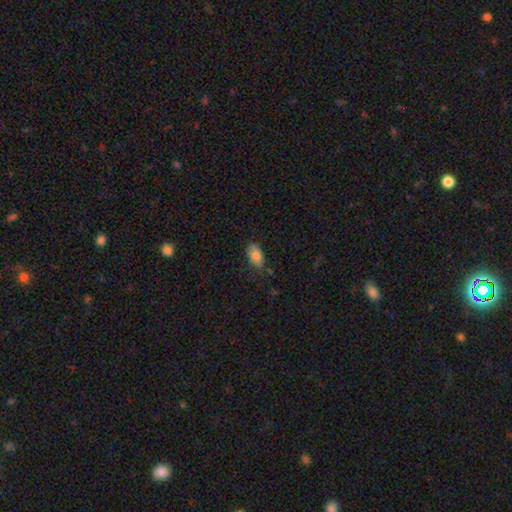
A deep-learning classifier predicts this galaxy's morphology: A smooth galaxy with no disk features (83%) that is in between round and cigar-shaped (91%).

Vote fractions:
- Smooth or featured? smooth: 83% / featured or disk: 9% / star or artifact: 8%
- How rounded? in between: 91% / round: 6% / cigar-shaped: 4%
- Merging? none: 67% / minor disturbance: 26% / major disturbance: 5% / merger: 2%